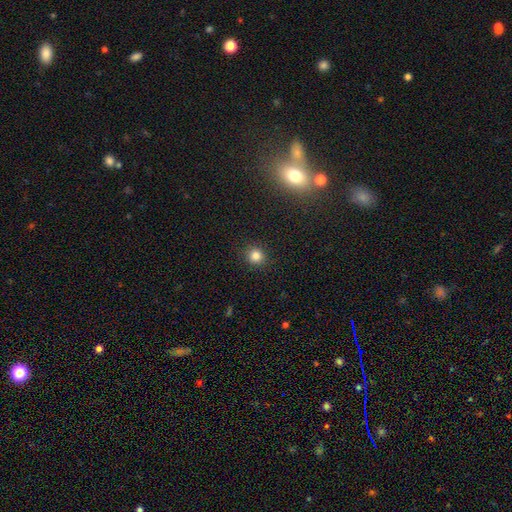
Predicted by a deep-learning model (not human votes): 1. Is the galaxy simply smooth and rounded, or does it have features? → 82% smooth, 13% star or artifact, 5% featured or disk.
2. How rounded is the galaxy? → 91% round, 8% in between, 1% cigar-shaped.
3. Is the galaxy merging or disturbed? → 91% none, 6% minor disturbance, 2% major disturbance, 1% merger.